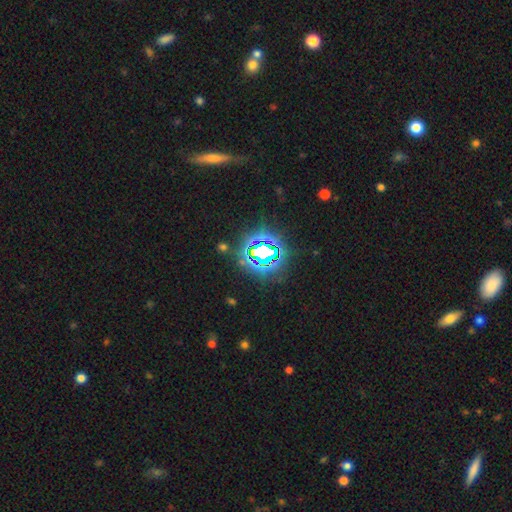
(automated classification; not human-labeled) star or artifact 76%, smooth 14%, featured or disk 10%.